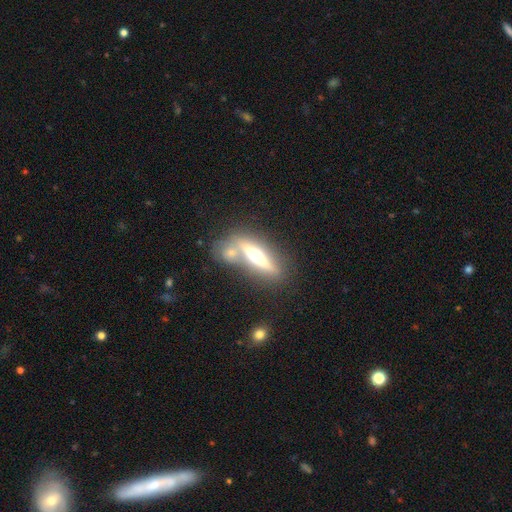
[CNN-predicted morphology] Smooth or featured?
  - featured or disk: 61% *
  - smooth: 32%
  - star or artifact: 7%
Edge-on disk?
  - yes: 88% *
  - no: 12%
Edge-on bulge?
  - rounded: 85% *
  - boxy: 8%
  - none: 6%
Merging?
  - none: 56% *
  - merger: 28%
  - minor disturbance: 11%
  - major disturbance: 5%